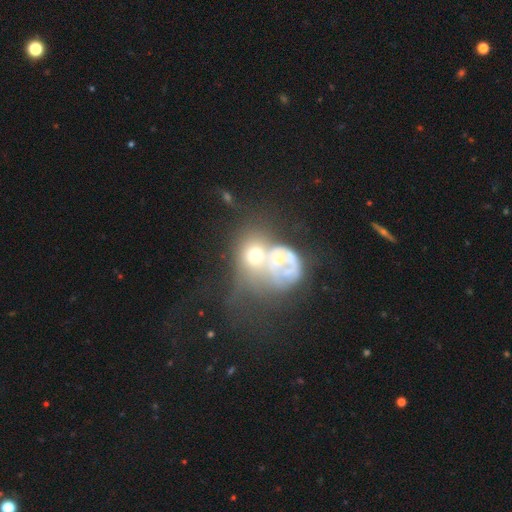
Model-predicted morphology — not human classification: smooth-or-featured: featured or disk: 43% | smooth: 32% | star or artifact: 25%
  merging: merger: 63% | major disturbance: 15% | none: 15% | minor disturbance: 7%